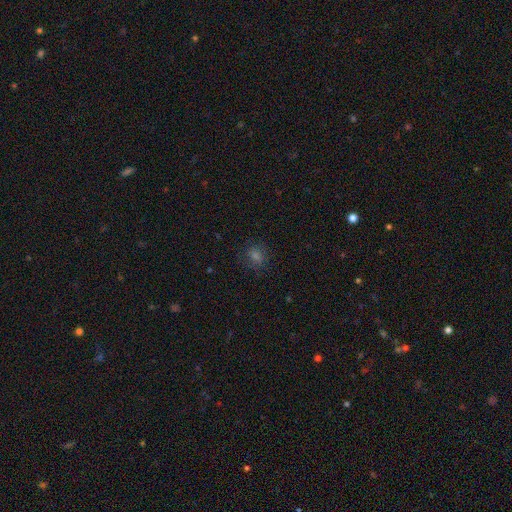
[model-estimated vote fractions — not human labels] Q: Smooth or featured?
A: smooth (61%); runner-up: star or artifact (28%)
Q: How rounded?
A: round (71%); runner-up: in between (27%)
Q: Merging?
A: none (83%); runner-up: minor disturbance (11%)